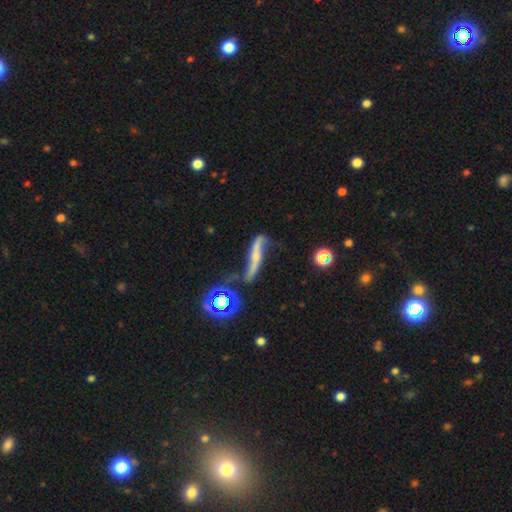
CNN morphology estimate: This is likely a featured or disk galaxy (71%). It is likely not viewed edge-on (66%). Merging: possibly none (47%).